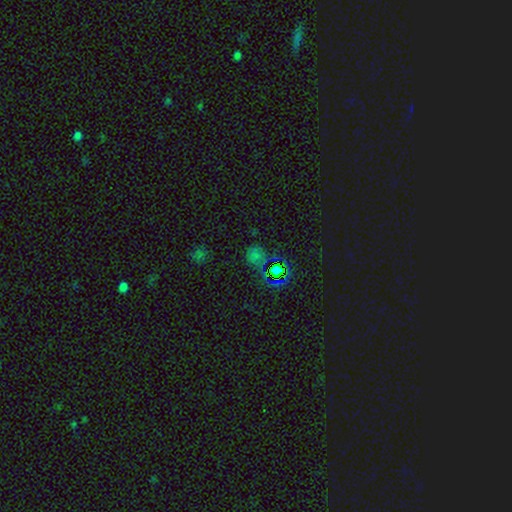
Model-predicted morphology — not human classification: This appears to be a star or artifact, not a galaxy (51%).